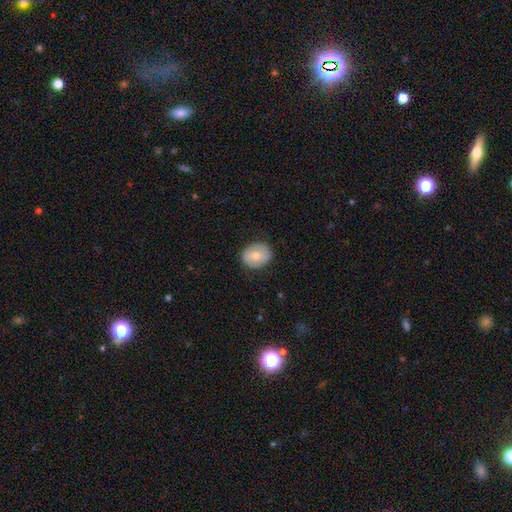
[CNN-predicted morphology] Overall: smooth (67%; featured or disk 27%). How rounded: round (50%; in between 49%). Merging: none (81%).